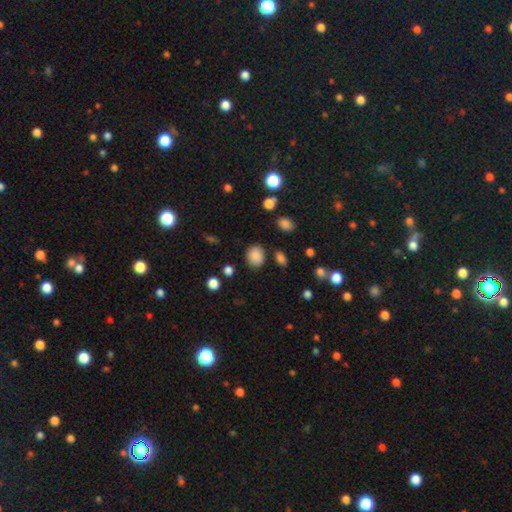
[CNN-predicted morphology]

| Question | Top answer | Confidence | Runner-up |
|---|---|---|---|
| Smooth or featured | smooth | 85% | star or artifact (10%) |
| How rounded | round | 66% | in between (33%) |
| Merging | none | 82% | minor disturbance (12%) |